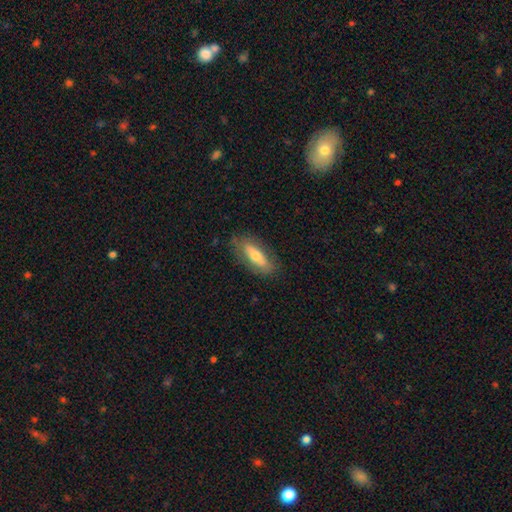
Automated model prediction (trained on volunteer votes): Smooth or featured? smooth (60%)
How rounded? in between (65%)
Merging? none (79%)